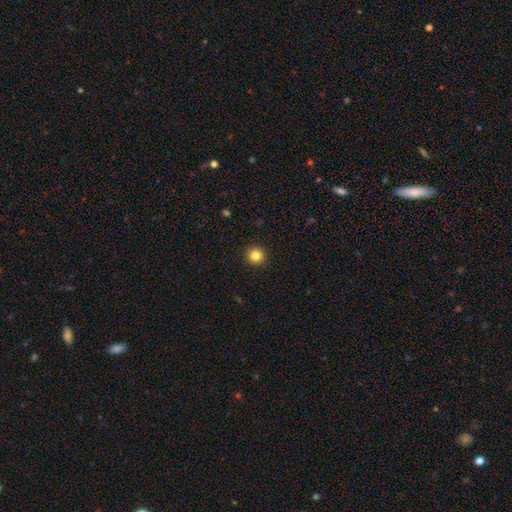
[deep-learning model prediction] Q: Smooth or featured?
A: smooth (82%); runner-up: star or artifact (12%)
Q: How rounded?
A: round (93%); runner-up: in between (6%)
Q: Merging?
A: none (93%); runner-up: minor disturbance (5%)